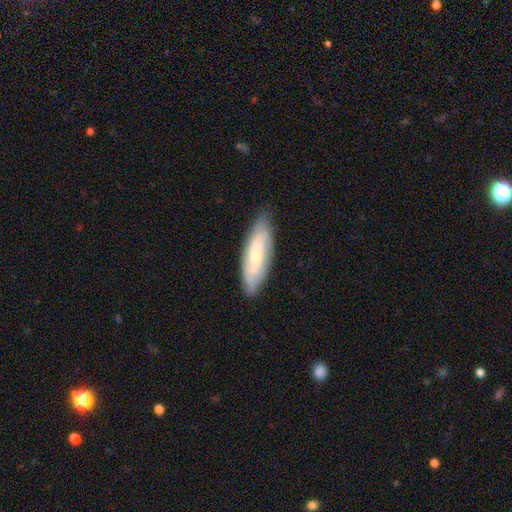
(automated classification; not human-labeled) The model was most divided on "smooth or featured": featured or disk: 59%, smooth: 35%, star or artifact: 6%. More confident: merging — none (83%); edge-on disk — no (81%).